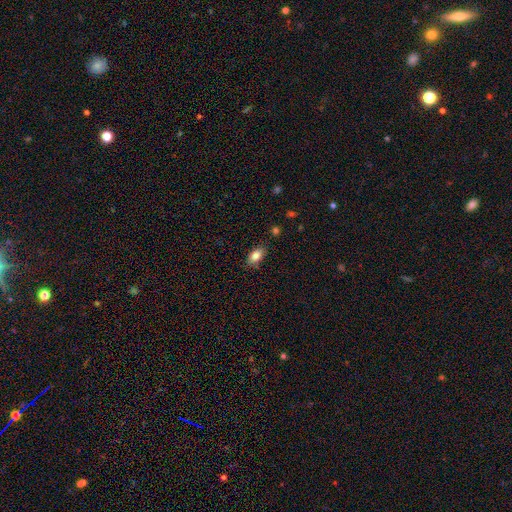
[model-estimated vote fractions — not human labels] Smooth or featured? smooth (84%)
How rounded? in between (90%)
Merging? none (82%)